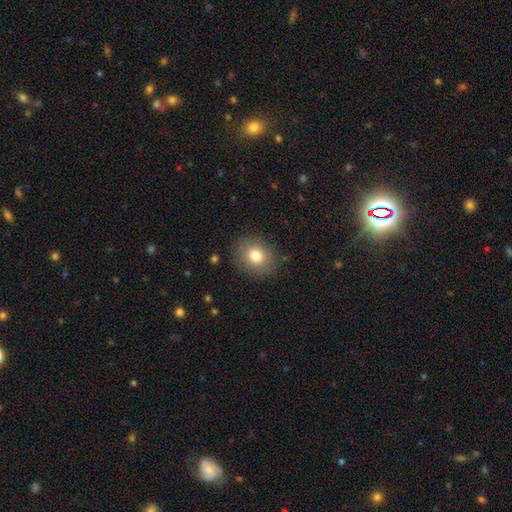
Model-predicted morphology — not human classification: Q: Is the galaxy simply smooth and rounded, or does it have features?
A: smooth — 80%.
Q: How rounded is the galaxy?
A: round — 62%.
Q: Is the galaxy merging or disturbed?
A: none — 86%.